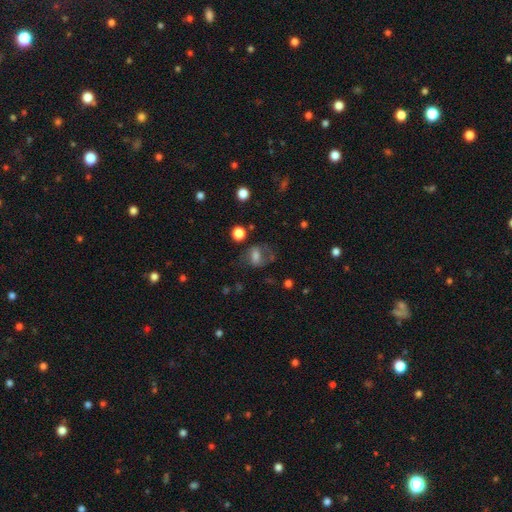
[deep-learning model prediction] smooth 57%, featured or disk 30%, star or artifact 14%. Down the decision tree: how rounded — in between (61%); merging — none (47%).